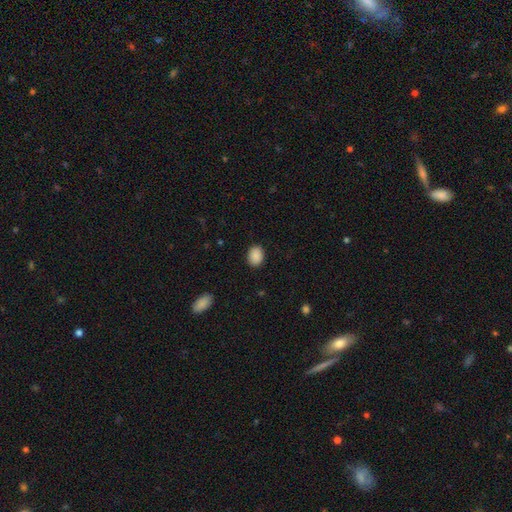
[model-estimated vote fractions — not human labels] Overall: smooth (89%). How rounded: in between (62%; round 37%). Merging: none (88%).